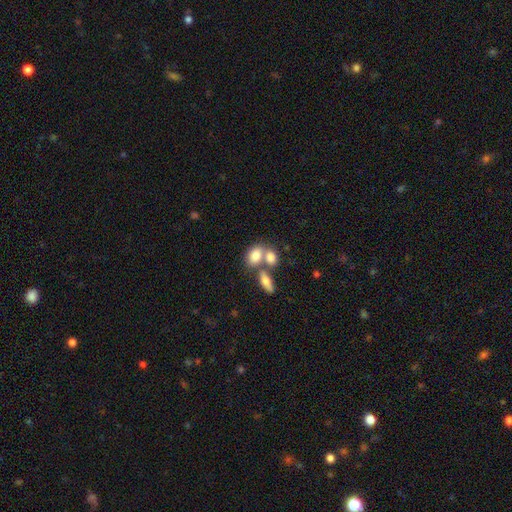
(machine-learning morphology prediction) A smooth galaxy with no disk features (79%) that is in between round and cigar-shaped (80%). Merging: merger (50%).